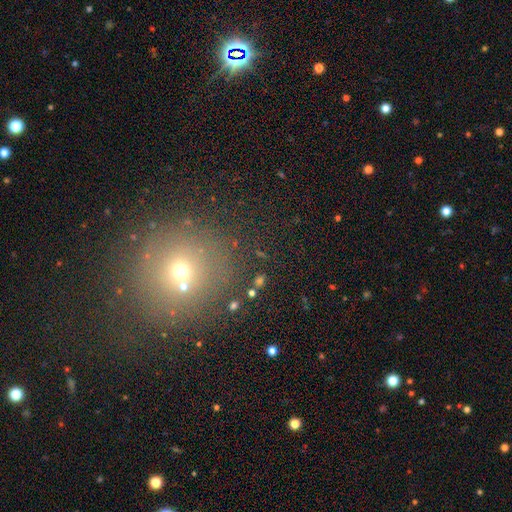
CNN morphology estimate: Smooth or featured: smooth — 47% (star or artifact — 39%)
Merging: none — 81% (minor disturbance — 10%)